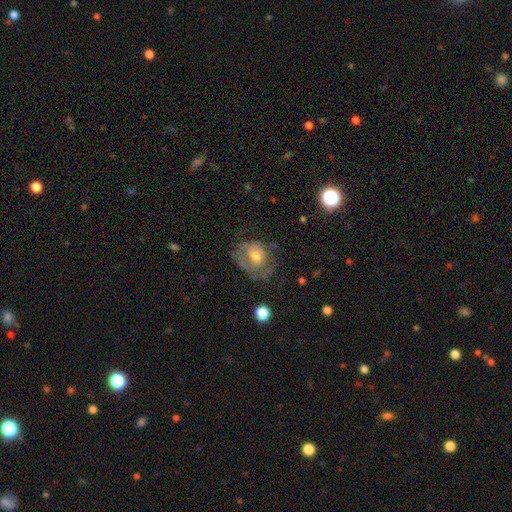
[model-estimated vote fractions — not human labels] The model was most divided on "spiral arms": yes: 53%, no: 47%. Remaining: edge-on disk — no (96%); bar — no (68%); bulge size — moderate (58%); smooth or featured — featured or disk (55%); merging — none (48%).